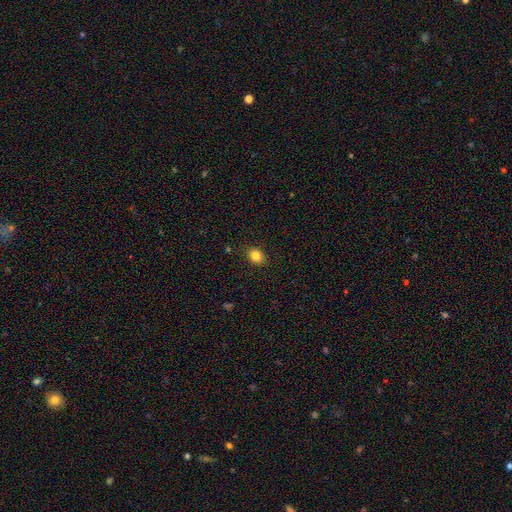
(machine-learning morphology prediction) smooth-or-featured: smooth: 84% | star or artifact: 11% | featured or disk: 5%
  how-rounded: round: 56% | in between: 43% | cigar-shaped: 1%
  merging: none: 89% | minor disturbance: 8% | major disturbance: 2% | merger: 1%